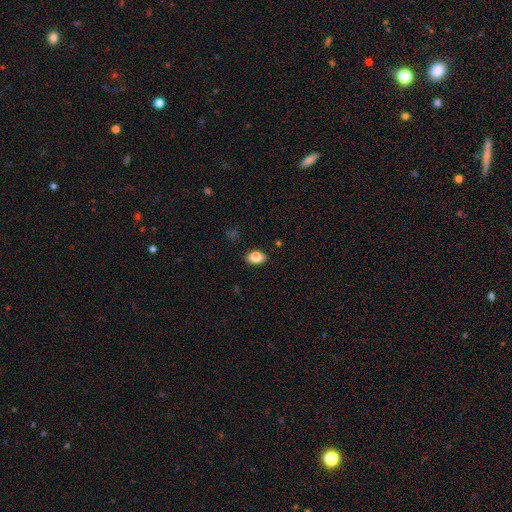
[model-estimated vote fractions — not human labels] This appears to be a smooth galaxy with no disk features (84%) that is in between round and cigar-shaped (85%). Merging: none (87%).